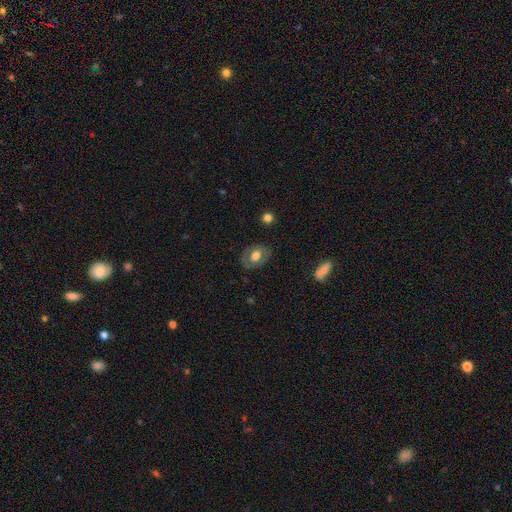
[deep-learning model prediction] The model was most divided on "smooth or featured": smooth: 54%, featured or disk: 39%, star or artifact: 7%. More confident: merging — none (79%); how rounded — in between (71%).